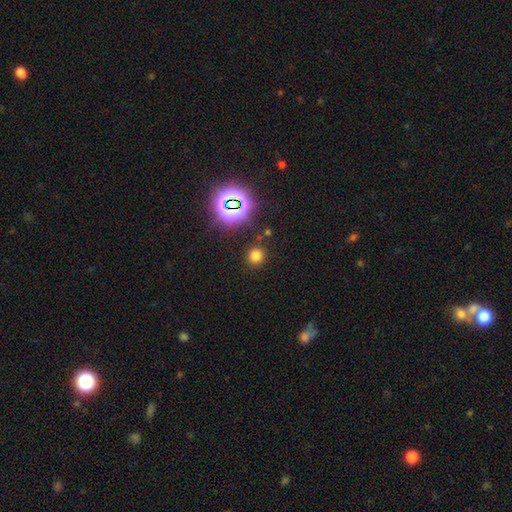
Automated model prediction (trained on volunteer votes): Overall: smooth (70%). How rounded: round (88%). Merging: none (86%).